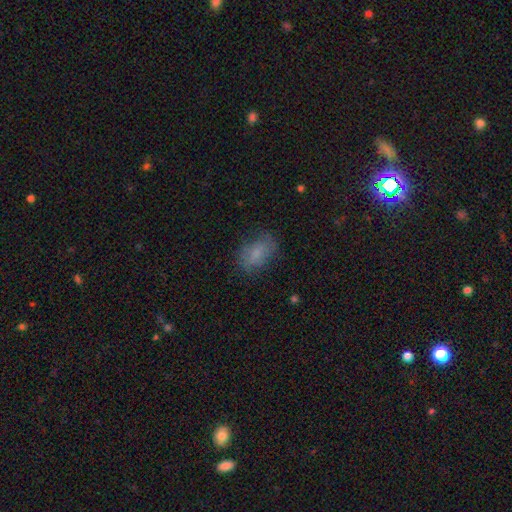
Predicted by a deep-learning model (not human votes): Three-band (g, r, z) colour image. It shows a smooth galaxy with no disk features (65%) that is in between round and cigar-shaped (85%). Merging: none (70%).